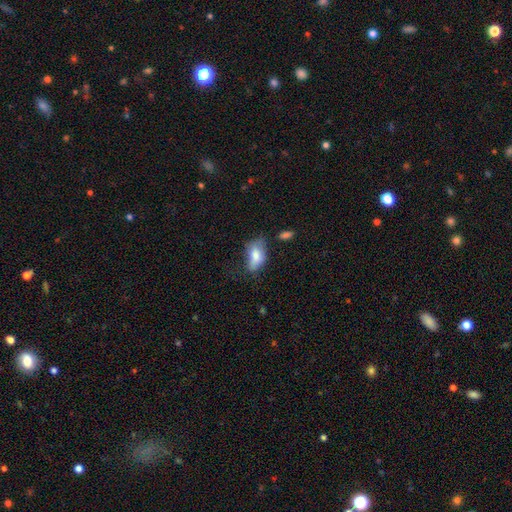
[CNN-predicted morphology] Q: Smooth or featured?
A: smooth (76%); runner-up: featured or disk (17%)
Q: How rounded?
A: in between (91%); runner-up: round (5%)
Q: Merging?
A: none (40%); runner-up: minor disturbance (36%)